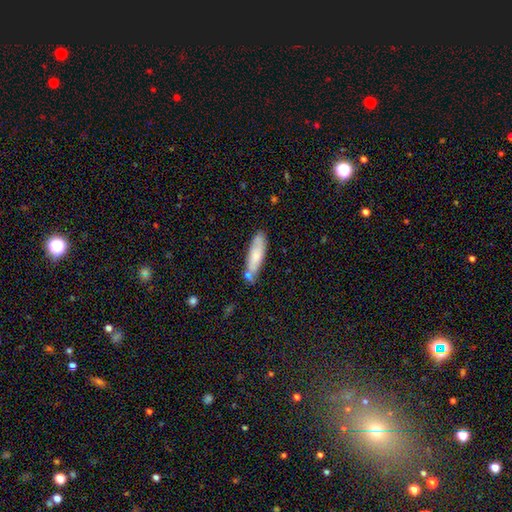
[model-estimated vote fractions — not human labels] smooth 71%, featured or disk 23%, star or artifact 6%. Down the decision tree: how rounded — cigar-shaped (62%); merging — none (64%).